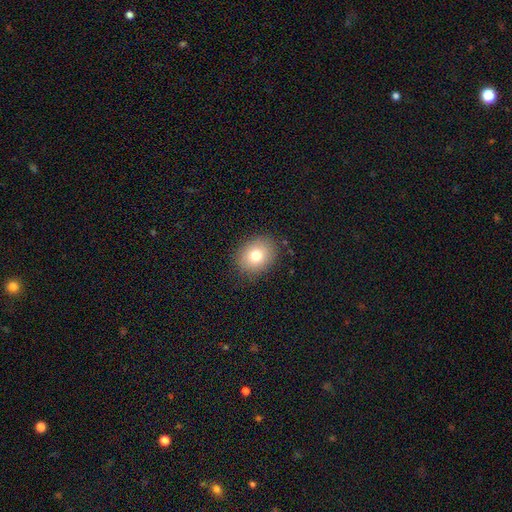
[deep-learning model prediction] smooth 76%, featured or disk 13%, star or artifact 11%. Down the decision tree: how rounded — round (51%); merging — none (87%).